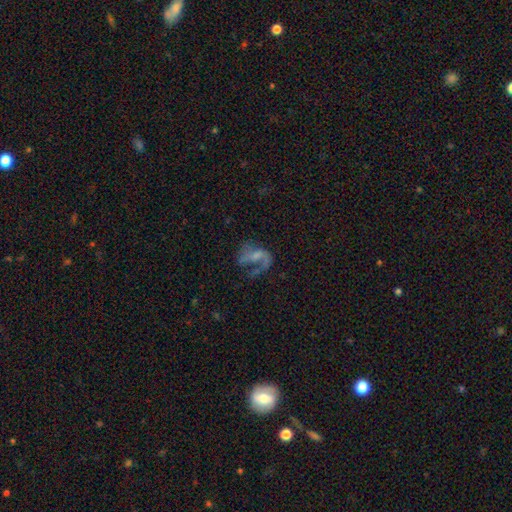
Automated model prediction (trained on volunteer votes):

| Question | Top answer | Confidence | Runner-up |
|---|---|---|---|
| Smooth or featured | featured or disk | 69% | smooth (21%) |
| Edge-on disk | no | 98% | yes (2%) |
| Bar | no | 44% | weak (40%) |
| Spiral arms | yes | 76% | no (24%) |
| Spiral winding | loose | 57% | medium (34%) |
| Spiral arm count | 1 | 49% | 2 (41%) |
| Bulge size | small | 37% | none (36%) |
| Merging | major disturbance | 45% | none (33%) |